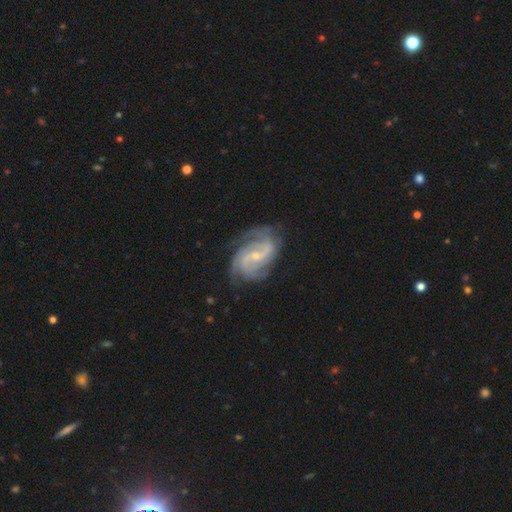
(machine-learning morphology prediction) This appears to be a featured or disk galaxy (90%) with a weak bar (51%), 2 (33%) medium (47%) spiral arms (98%) and a small central bulge (69%). Merging: none (73%).